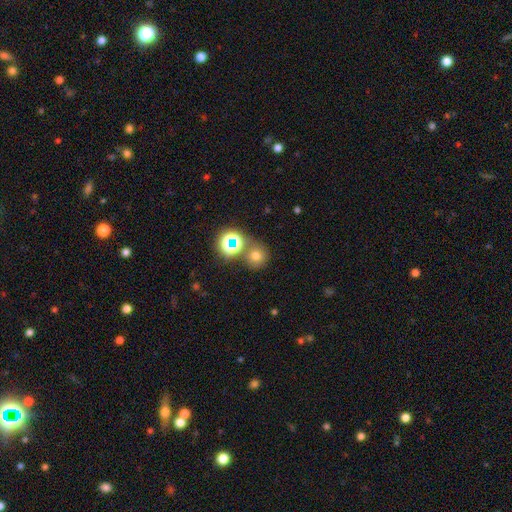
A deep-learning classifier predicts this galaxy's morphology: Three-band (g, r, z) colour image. It shows a smooth galaxy with no disk features (64%) that is round (89%). Merging: none (68%).